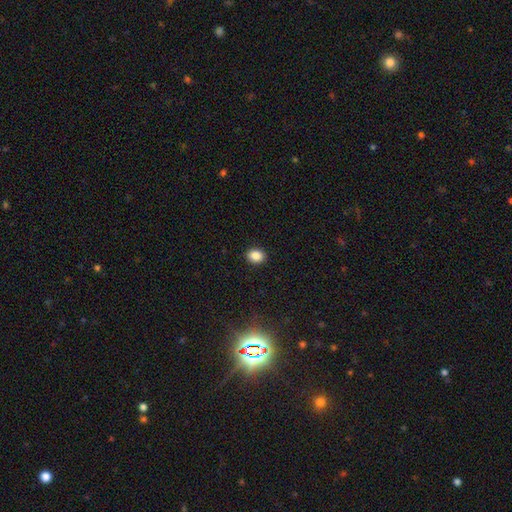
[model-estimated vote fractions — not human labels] A smooth galaxy with no disk features (85%) that is in between round and cigar-shaped (50%).

Vote fractions:
- Smooth or featured? smooth: 85% / star or artifact: 10% / featured or disk: 4%
- How rounded? in between: 50% / round: 49% / cigar-shaped: 1%
- Merging? none: 91% / minor disturbance: 6% / major disturbance: 2% / merger: 1%